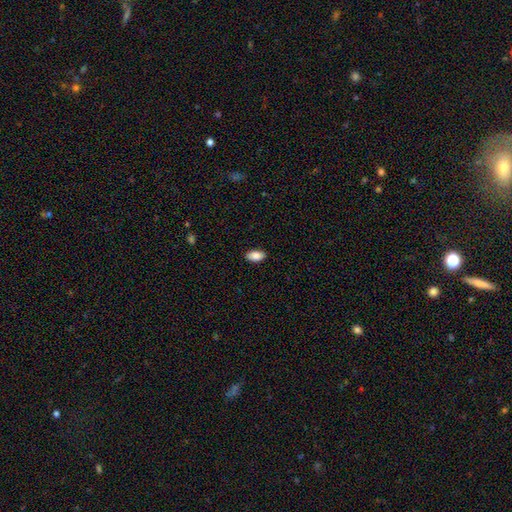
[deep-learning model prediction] Overall: smooth (88%). How rounded: in between (94%). Merging: none (88%).